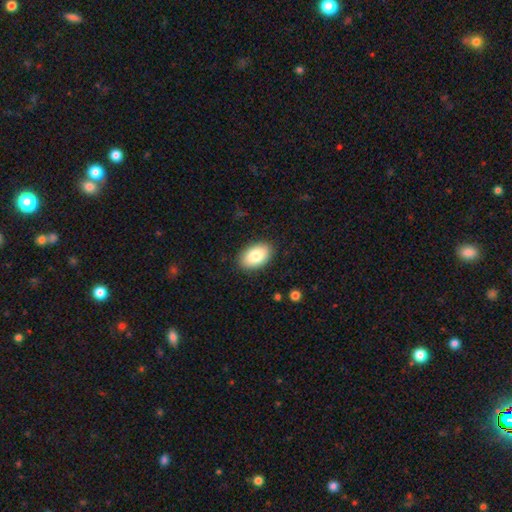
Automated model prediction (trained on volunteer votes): A smooth galaxy with no disk features (84%) that is in between round and cigar-shaped (93%).

Vote fractions:
- Smooth or featured? smooth: 84% / featured or disk: 9% / star or artifact: 6%
- How rounded? in between: 93% / round: 6% / cigar-shaped: 1%
- Merging? none: 88% / minor disturbance: 9% / major disturbance: 2% / merger: 1%